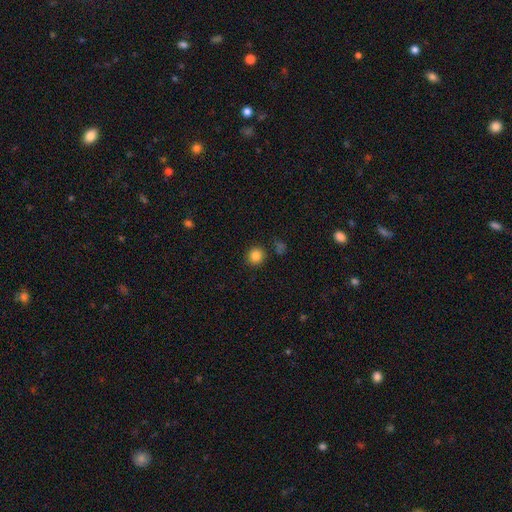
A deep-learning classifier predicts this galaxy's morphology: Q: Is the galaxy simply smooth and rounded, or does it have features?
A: smooth — 84%.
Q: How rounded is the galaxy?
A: round — 91%.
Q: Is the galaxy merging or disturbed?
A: none — 88%.